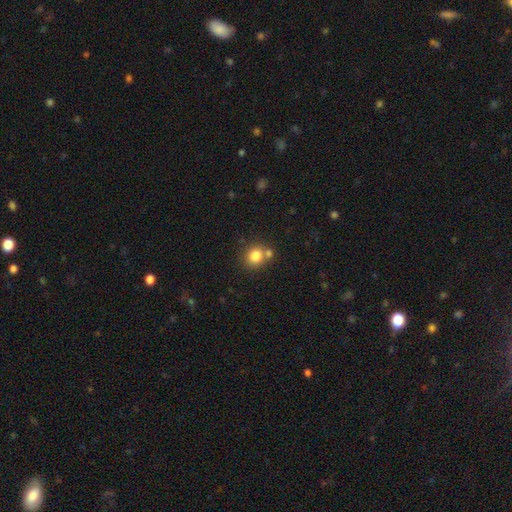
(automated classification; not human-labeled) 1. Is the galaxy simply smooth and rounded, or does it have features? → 81% smooth, 11% star or artifact, 8% featured or disk.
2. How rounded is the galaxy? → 80% round, 19% in between, 1% cigar-shaped.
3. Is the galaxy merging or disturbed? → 62% none, 25% merger, 10% minor disturbance, 3% major disturbance.